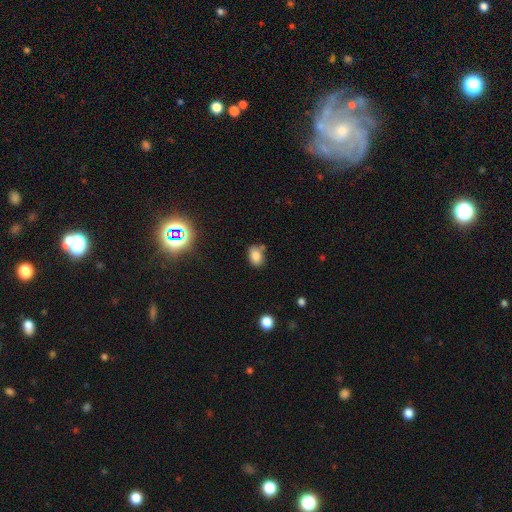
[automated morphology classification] The model was most divided on "merging": none: 70%, minor disturbance: 17%, merger: 9%, major disturbance: 4%. More confident: smooth or featured — smooth (81%); how rounded — in between (78%).